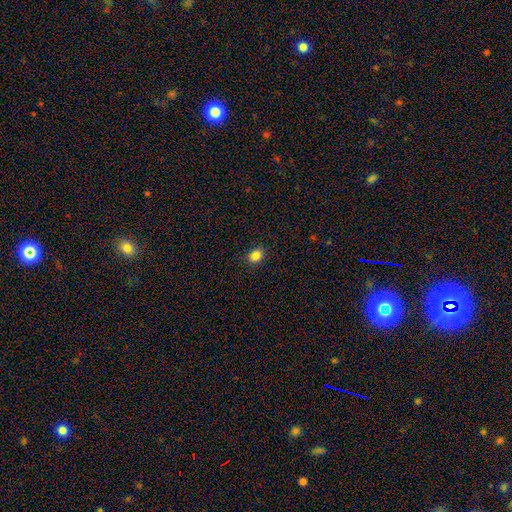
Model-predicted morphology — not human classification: This appears to be a smooth galaxy with no disk features (84%) that is round (59%). Merging: none (89%).